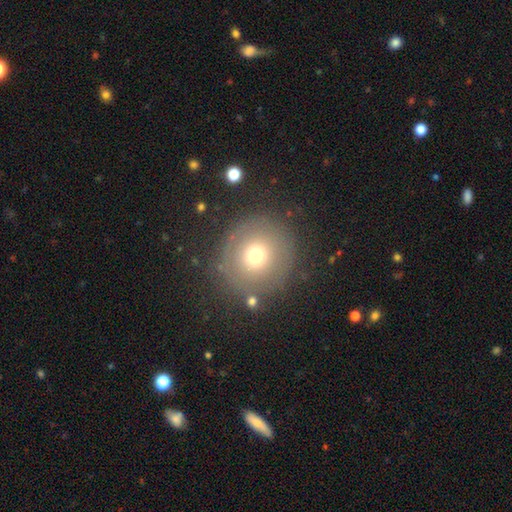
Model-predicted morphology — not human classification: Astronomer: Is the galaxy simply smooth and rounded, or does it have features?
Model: smooth — 65%.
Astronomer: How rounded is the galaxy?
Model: round — 93%.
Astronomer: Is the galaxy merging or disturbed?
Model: none — 81%.